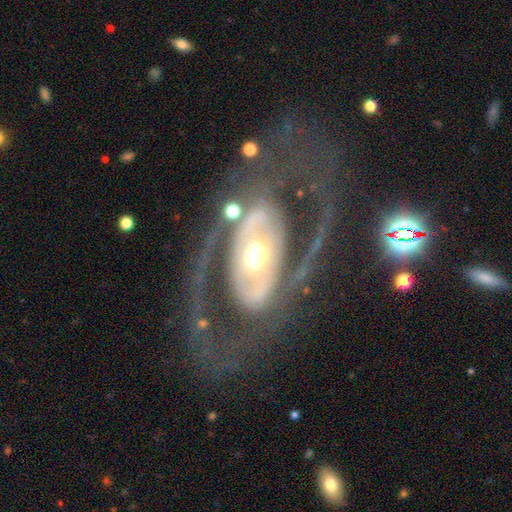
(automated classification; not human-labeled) smooth-or-featured: featured or disk: 84% | smooth: 11% | star or artifact: 5%
  disk-edge-on: no: 92% | yes: 8%
    bar: no: 54% | weak: 24% | strong: 22%
    has-spiral-arms: yes: 68% | no: 32%
      spiral-winding: medium: 43% | loose: 30% | tight: 27%
      spiral-arm-count: 2: 78% | can't tell: 11% | 1: 7% | 3: 2% | 4: 1% | more than 4: 1%
    bulge-size: moderate: 62% | large: 23% | small: 11% | dominant: 3% | none: 1%
  merging: none: 66% | major disturbance: 18% | minor disturbance: 13% | merger: 3%